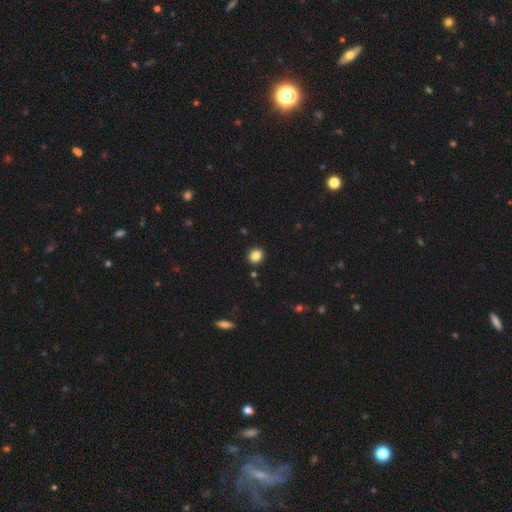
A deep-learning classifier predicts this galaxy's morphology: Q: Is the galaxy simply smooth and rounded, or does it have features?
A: smooth — 85%.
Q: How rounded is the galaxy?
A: round — 81%.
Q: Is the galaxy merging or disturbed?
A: none — 91%.